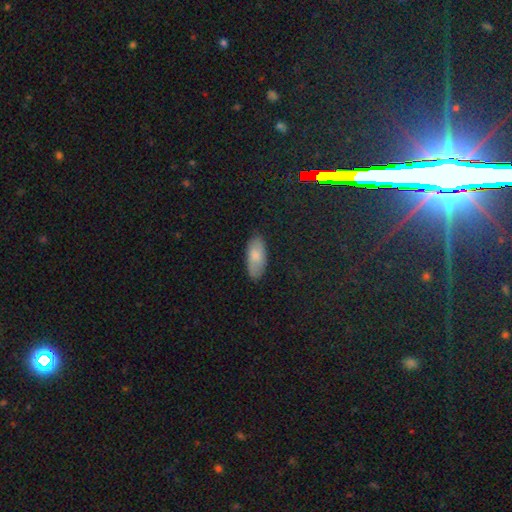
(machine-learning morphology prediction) smooth_or_featured: smooth (p=0.80) [alt: featured or disk p=0.12]
how_rounded: in between (p=0.89) [alt: cigar-shaped p=0.09]
merging: none (p=0.83) [alt: minor disturbance p=0.13]